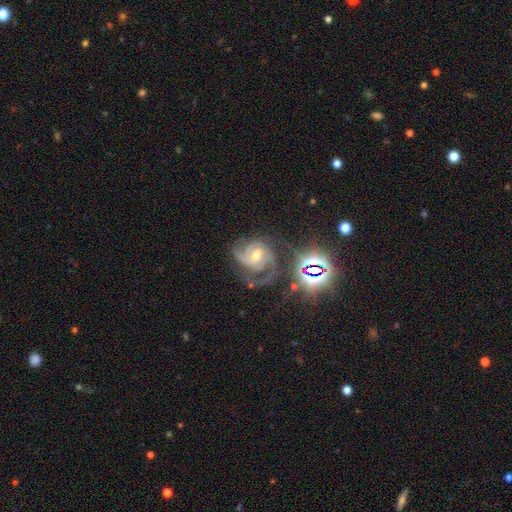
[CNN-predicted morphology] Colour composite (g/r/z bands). It shows a featured or disk galaxy (84%) with no bar (54%), 3 (53%) tight (47%) spiral arms (98%) and a moderate central bulge (56%). Merging: none (61%).